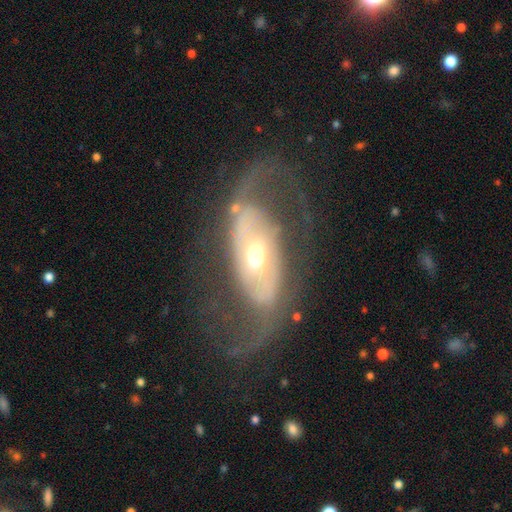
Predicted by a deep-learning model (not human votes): Smooth or featured: featured or disk — 86% (smooth — 9%)
Edge-on disk: no — 94% (yes — 6%)
Bar: no — 44% (weak — 33%)
Spiral arms: yes — 90% (no — 10%)
Spiral winding: medium — 43% (loose — 42%)
Spiral arm count: 2 — 89% (can't tell — 5%)
Bulge size: moderate — 65% (small — 19%)
Merging: none — 69% (major disturbance — 15%)